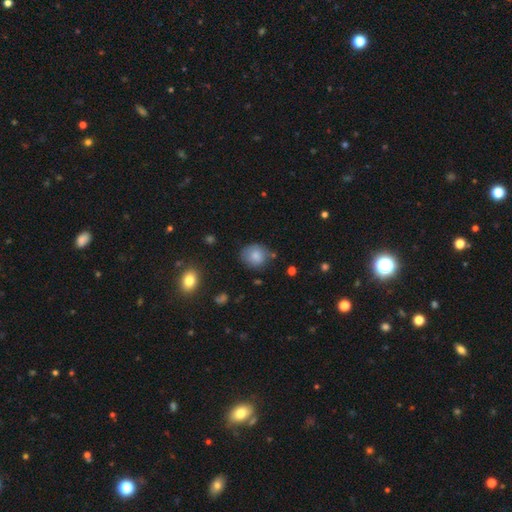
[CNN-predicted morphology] Overall: smooth (82%). How rounded: round (74%). Merging: none (69%).